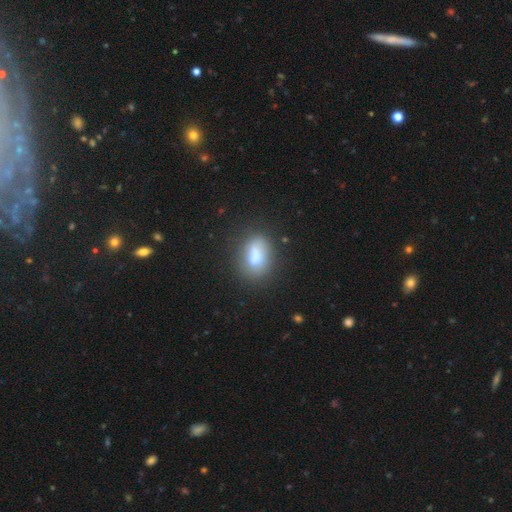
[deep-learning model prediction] Smooth or featured? Predicted: smooth (p=0.67). How rounded? Predicted: in between (p=0.71). Merging? Predicted: none (p=0.50).